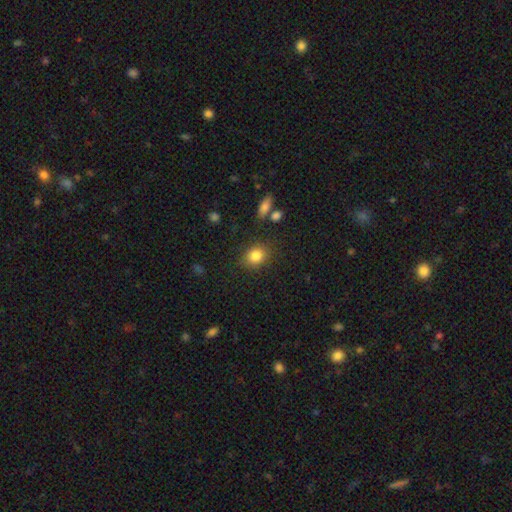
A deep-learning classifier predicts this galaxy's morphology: Q: Smooth or featured?
A: smooth (84%); runner-up: star or artifact (10%)
Q: How rounded?
A: round (53%); runner-up: in between (46%)
Q: Merging?
A: none (81%); runner-up: minor disturbance (12%)